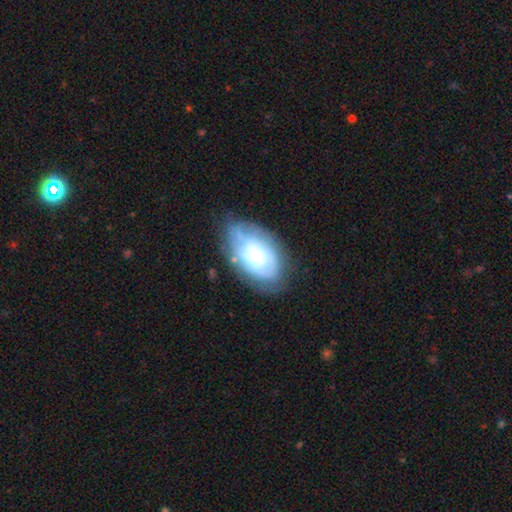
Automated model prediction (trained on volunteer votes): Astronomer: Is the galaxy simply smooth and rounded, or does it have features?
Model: featured or disk — 62%.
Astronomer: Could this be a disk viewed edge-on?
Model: no — 95%.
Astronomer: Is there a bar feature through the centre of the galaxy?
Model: no — 74%.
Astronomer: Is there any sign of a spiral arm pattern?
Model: yes — 72%.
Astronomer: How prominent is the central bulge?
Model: moderate — 54% (runner-up: small, 35%).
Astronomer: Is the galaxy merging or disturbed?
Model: none — 64%.